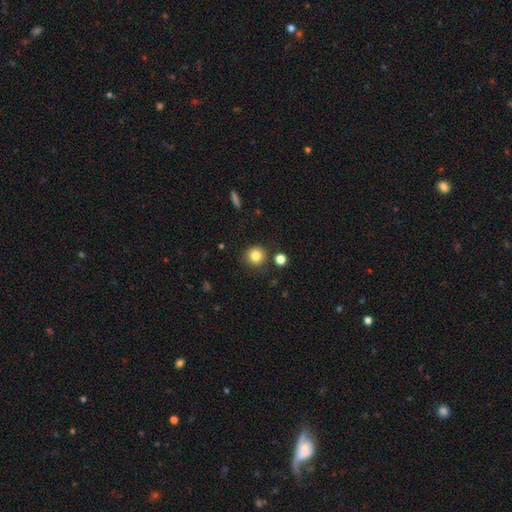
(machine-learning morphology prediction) This is clearly a smooth galaxy (83%). How rounded: clearly round (93%). Merging: clearly none (84%).